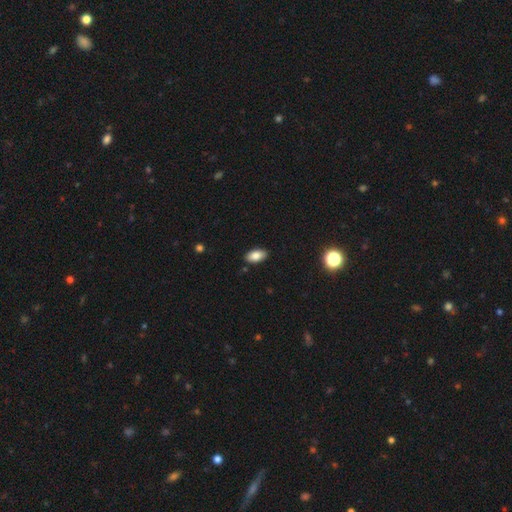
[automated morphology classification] type=smooth (84%); roundness=in between (93%); merging=none (89%).